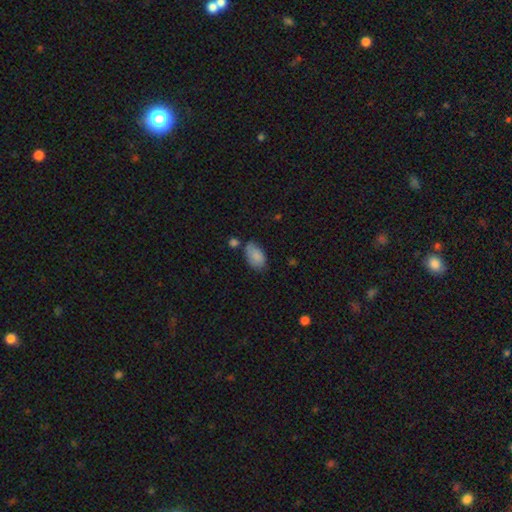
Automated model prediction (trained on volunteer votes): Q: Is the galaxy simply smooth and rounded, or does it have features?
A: smooth — 84%.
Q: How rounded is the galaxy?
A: in between — 93%.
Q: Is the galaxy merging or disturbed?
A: none — 59%.